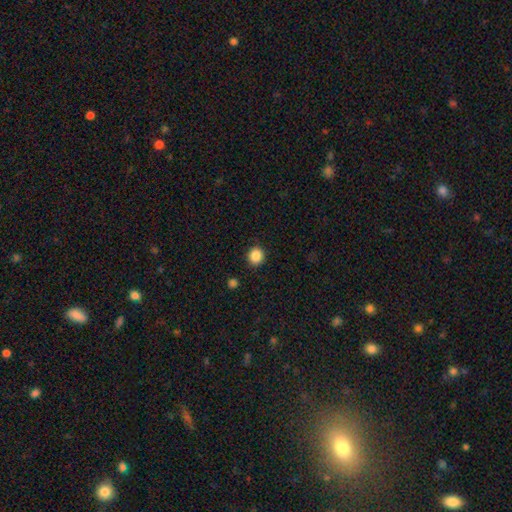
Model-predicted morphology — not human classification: Smooth or featured: smooth — 87% (star or artifact — 10%)
How rounded: round — 87% (in between — 12%)
Merging: none — 90% (minor disturbance — 6%)